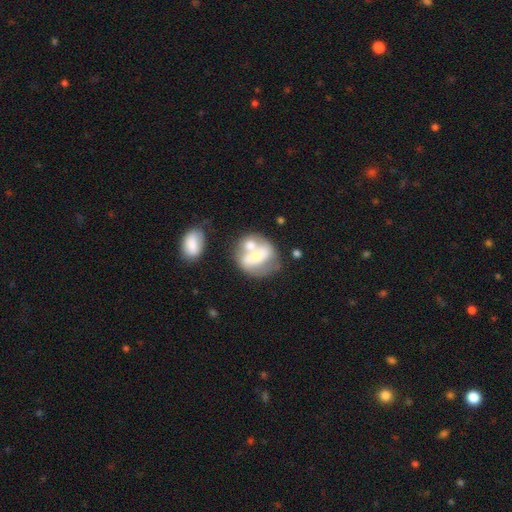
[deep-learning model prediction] This appears to be a featured or disk galaxy (51%). Merging: merger (48%).